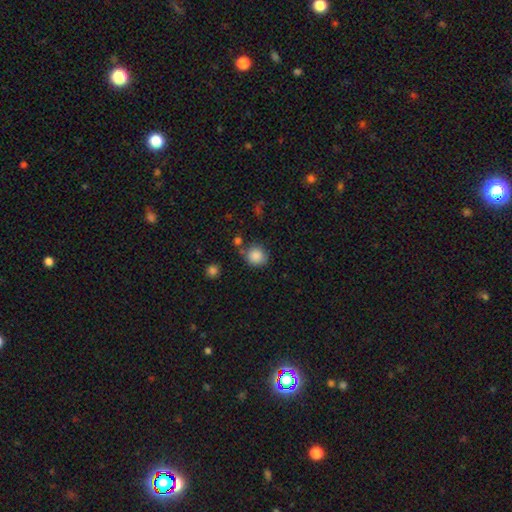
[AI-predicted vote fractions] This appears to be a smooth galaxy with no disk features (87%) that is round (88%). Merging: none (73%).